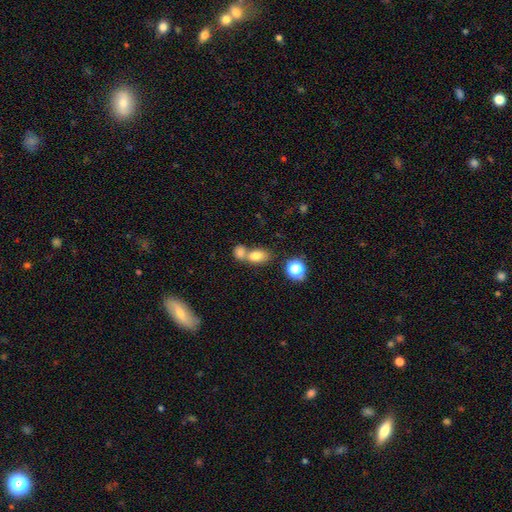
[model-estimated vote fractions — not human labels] Smooth or featured? smooth (77%)
How rounded? in between (76%)
Merging? merger (52%)